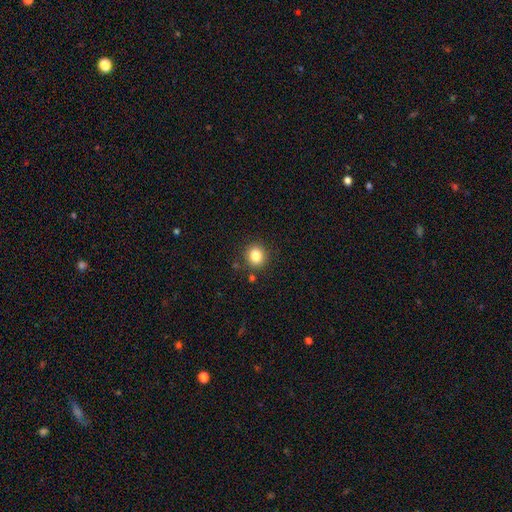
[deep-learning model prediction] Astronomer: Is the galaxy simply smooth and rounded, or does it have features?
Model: smooth — 84%.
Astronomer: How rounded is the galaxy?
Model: round — 78%.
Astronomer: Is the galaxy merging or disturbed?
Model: none — 86%.